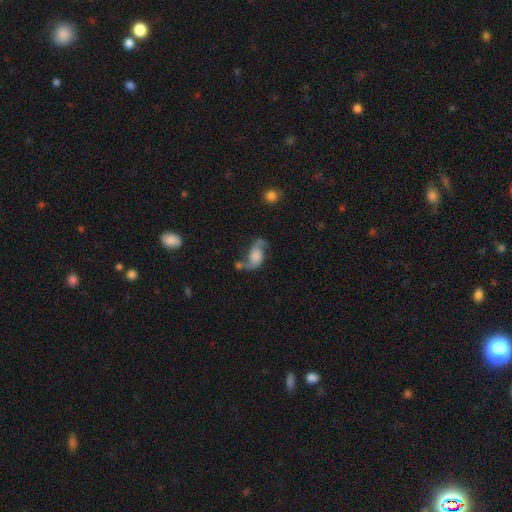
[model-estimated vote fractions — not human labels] smooth_or_featured: featured or disk (p=0.72) [alt: smooth p=0.20]
disk_edge_on: no (p=0.96) [alt: yes p=0.04]
bar: no (p=0.65) [alt: weak p=0.28]
has_spiral_arms: yes (p=0.92) [alt: no p=0.08]
spiral_winding: loose (p=0.72) [alt: medium p=0.22]
spiral_arm_count: 2 (p=0.90) [alt: 1 p=0.04]
bulge_size: none (p=0.32) [alt: large p=0.31]
merging: none (p=0.47) [alt: minor disturbance p=0.22]